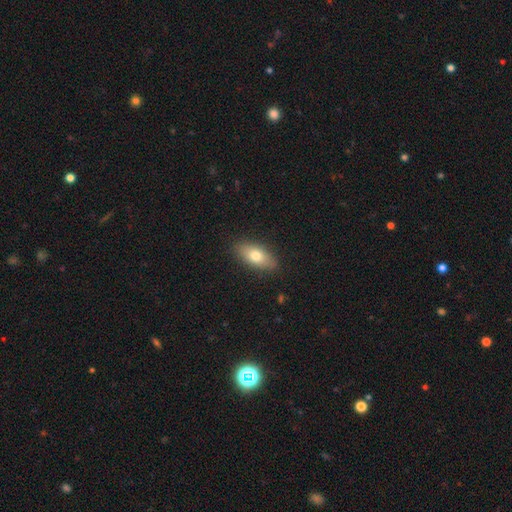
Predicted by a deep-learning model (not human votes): This appears to be a smooth galaxy with no disk features (74%) that is in between round and cigar-shaped (86%). Merging: none (86%).